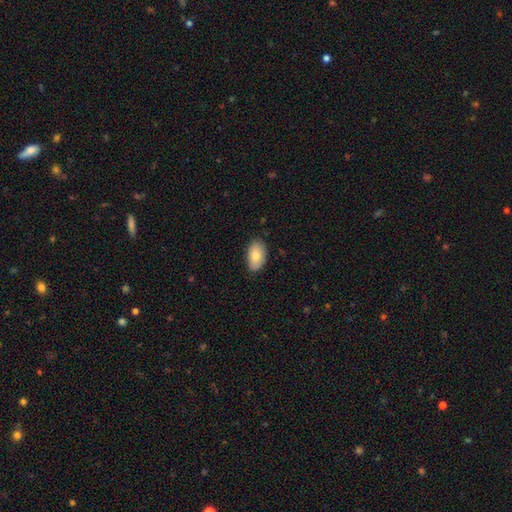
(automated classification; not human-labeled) Smooth or featured?
  - smooth: 82% *
  - featured or disk: 11%
  - star or artifact: 6%
How rounded?
  - in between: 94% *
  - round: 5%
  - cigar-shaped: 1%
Merging?
  - none: 84% *
  - minor disturbance: 13%
  - major disturbance: 2%
  - merger: 1%